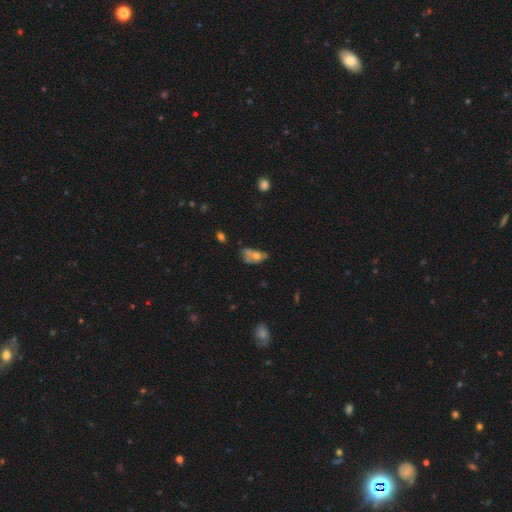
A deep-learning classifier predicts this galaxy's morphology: A smooth galaxy with no disk features (51%) that is in between round and cigar-shaped (79%).

Vote fractions:
- Smooth or featured? smooth: 51% / featured or disk: 35% / star or artifact: 13%
- How rounded? in between: 79% / round: 15% / cigar-shaped: 6%
- Merging? merger: 27% / none: 25% / major disturbance: 25% / minor disturbance: 22%